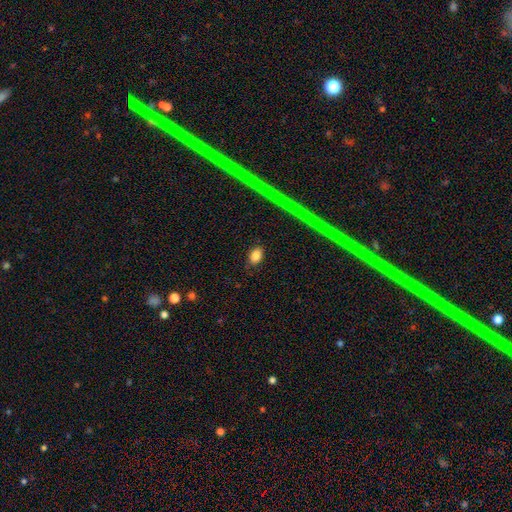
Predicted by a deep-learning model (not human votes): Morphology: type=smooth (84%); roundness=in between (86%); merging=none (84%).